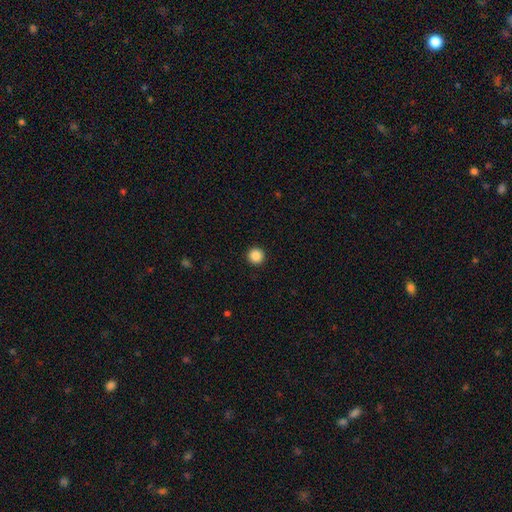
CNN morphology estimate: A smooth galaxy with no disk features (88%) that is round (96%).

Vote fractions:
- Smooth or featured? smooth: 88% / star or artifact: 10% / featured or disk: 2%
- How rounded? round: 96% / in between: 3% / cigar-shaped: 1%
- Merging? none: 94% / minor disturbance: 4% / major disturbance: 2% / merger: 1%